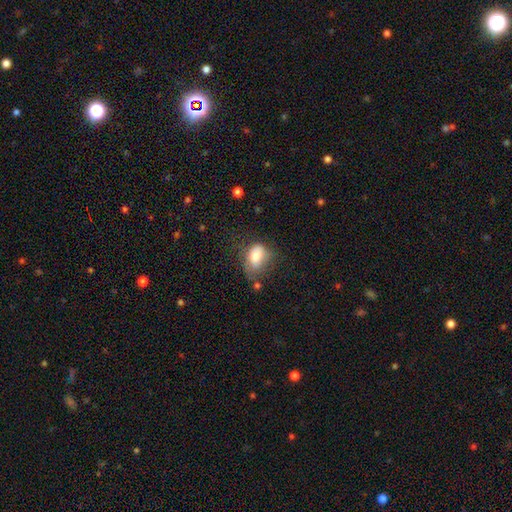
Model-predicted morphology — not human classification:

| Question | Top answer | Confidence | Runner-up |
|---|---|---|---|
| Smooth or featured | smooth | 76% | featured or disk (15%) |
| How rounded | in between | 81% | round (17%) |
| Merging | none | 39% | minor disturbance (35%) |